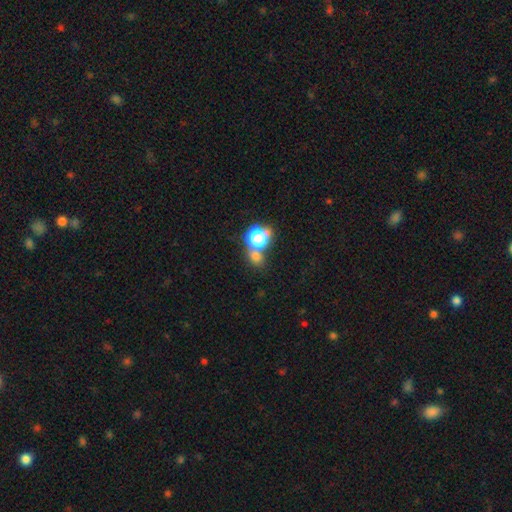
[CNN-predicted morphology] Smooth or featured? Predicted: smooth (p=0.69). How rounded? Predicted: round (p=0.66). Merging? Predicted: merger (p=0.47).